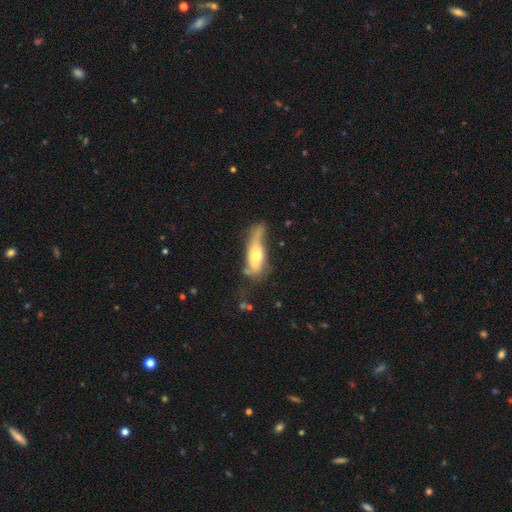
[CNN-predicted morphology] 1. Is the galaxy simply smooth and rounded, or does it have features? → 50% smooth, 42% featured or disk, 7% star or artifact.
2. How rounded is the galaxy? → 58% in between, 37% cigar-shaped, 4% round.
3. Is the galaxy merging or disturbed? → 29% major disturbance (tied), 29% none (tied), 27% minor disturbance, 15% merger.